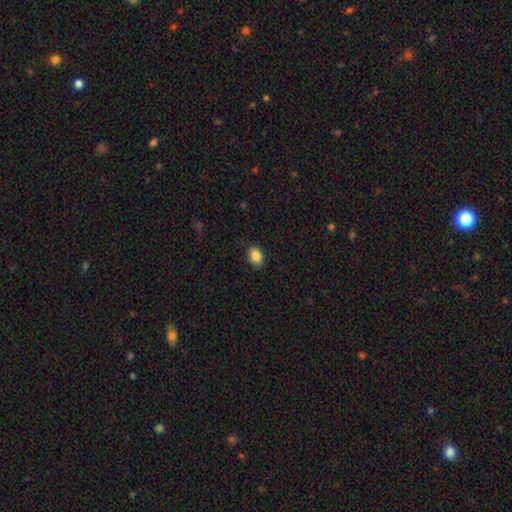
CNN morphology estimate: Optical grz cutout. It shows a smooth galaxy with no disk features (87%) that is in between round and cigar-shaped (71%). Merging: none (88%).